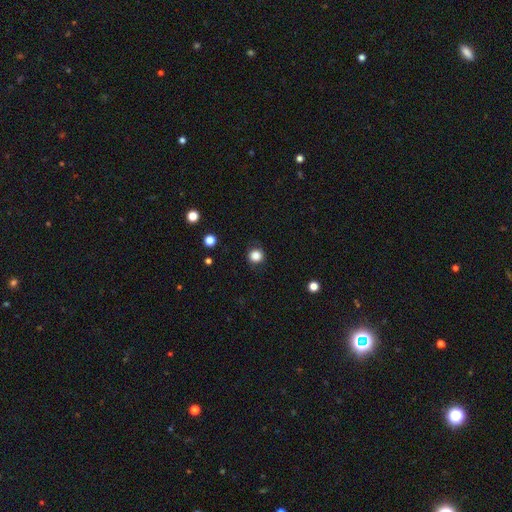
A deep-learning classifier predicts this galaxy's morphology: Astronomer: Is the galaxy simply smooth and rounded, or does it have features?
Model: smooth — 85%.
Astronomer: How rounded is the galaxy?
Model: round — 93%.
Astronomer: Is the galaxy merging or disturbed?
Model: none — 87%.